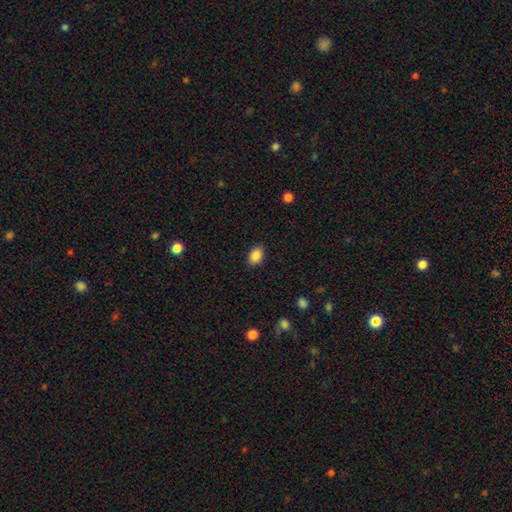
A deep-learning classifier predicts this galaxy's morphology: This appears to be a smooth galaxy with no disk features (87%) that is in between round and cigar-shaped (79%). Merging: none (88%).